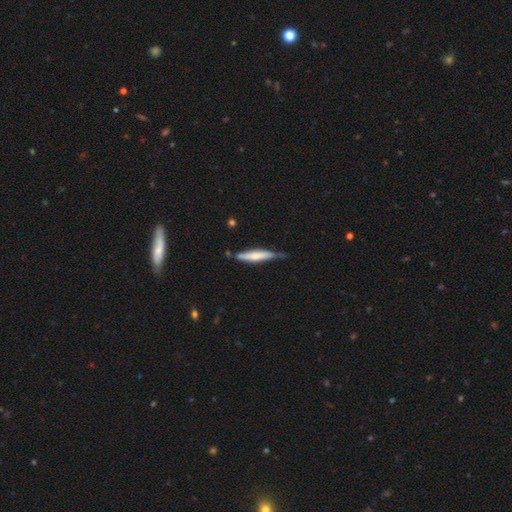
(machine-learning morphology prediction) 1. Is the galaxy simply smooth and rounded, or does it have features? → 59% smooth, 36% featured or disk, 5% star or artifact.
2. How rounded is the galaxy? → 88% cigar-shaped, 10% in between, 1% round.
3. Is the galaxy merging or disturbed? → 58% none, 31% minor disturbance, 5% major disturbance, 5% merger.